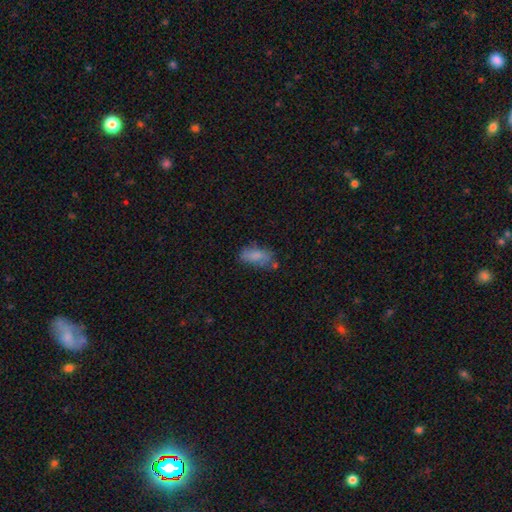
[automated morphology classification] smooth_or_featured: smooth (p=0.74) [alt: featured or disk p=0.16]
how_rounded: in between (p=0.84) [alt: cigar-shaped p=0.13]
merging: none (p=0.51) [alt: minor disturbance p=0.28]